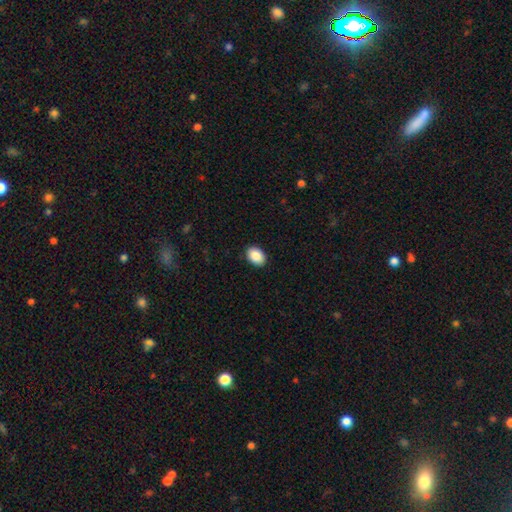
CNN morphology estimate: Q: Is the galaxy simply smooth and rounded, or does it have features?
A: smooth — 89%.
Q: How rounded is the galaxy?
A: in between — 81%.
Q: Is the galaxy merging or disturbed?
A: none — 90%.